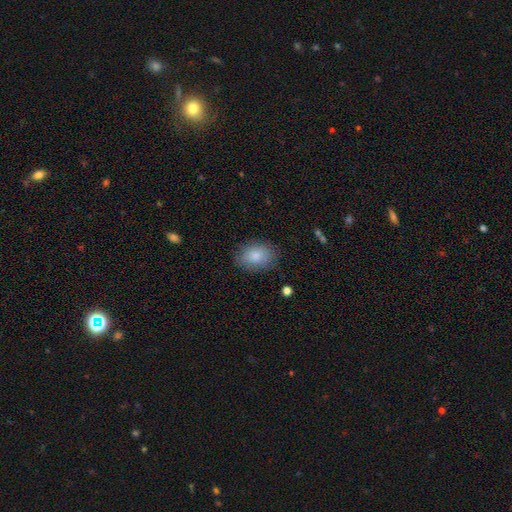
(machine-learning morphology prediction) smooth 84%, featured or disk 9%, star or artifact 7%. Down the decision tree: how rounded — in between (75%); merging — none (82%).